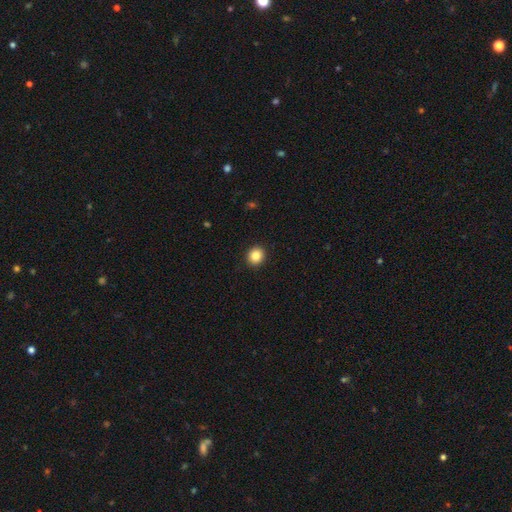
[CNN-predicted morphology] smooth 85%, star or artifact 10%, featured or disk 5%. Down the decision tree: how rounded — round (88%); merging — none (93%).